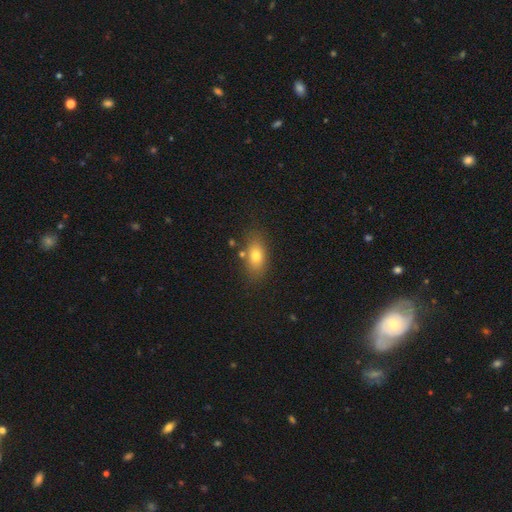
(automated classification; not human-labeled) smooth-or-featured: smooth: 75% | featured or disk: 15% | star or artifact: 10%
  how-rounded: in between: 82% | round: 11% | cigar-shaped: 7%
  merging: none: 76% | minor disturbance: 13% | merger: 6% | major disturbance: 4%